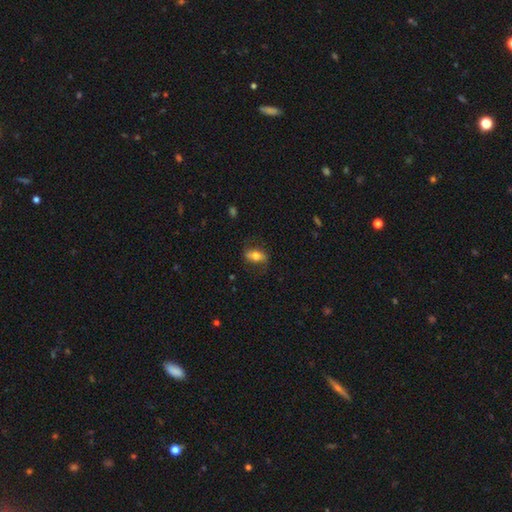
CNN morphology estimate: smooth_or_featured: smooth (p=0.55) [alt: featured or disk p=0.38]
how_rounded: in between (p=0.80) [alt: cigar-shaped p=0.12]
merging: none (p=0.69) [alt: minor disturbance p=0.20]